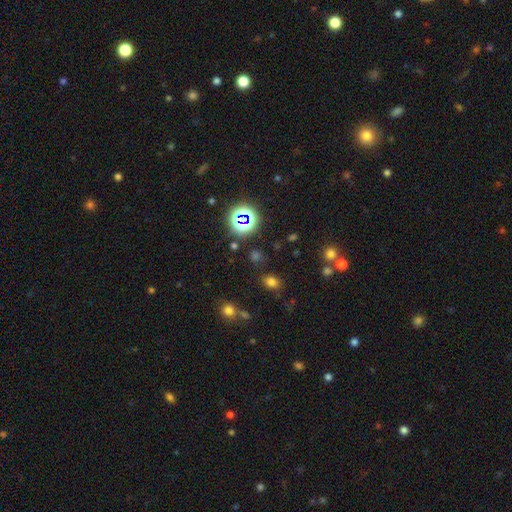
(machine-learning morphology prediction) smooth 48%, star or artifact 46%, featured or disk 6%. Down the decision tree: merging — none (82%).